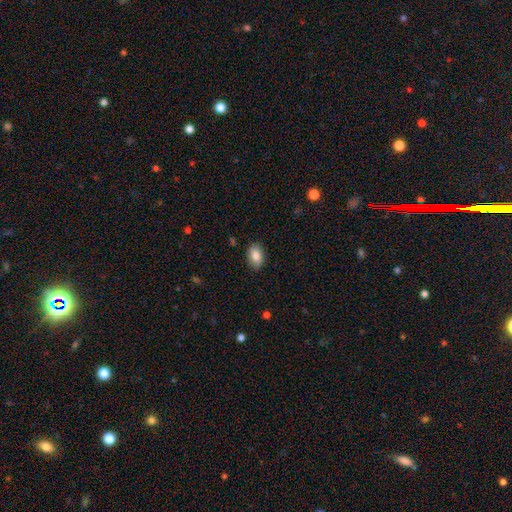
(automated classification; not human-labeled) A smooth galaxy with no disk features (84%) that is in between round and cigar-shaped (88%).

Vote fractions:
- Smooth or featured? smooth: 84% / featured or disk: 9% / star or artifact: 7%
- How rounded? in between: 88% / round: 11% / cigar-shaped: 2%
- Merging? none: 86% / minor disturbance: 11% / major disturbance: 2% / merger: 1%